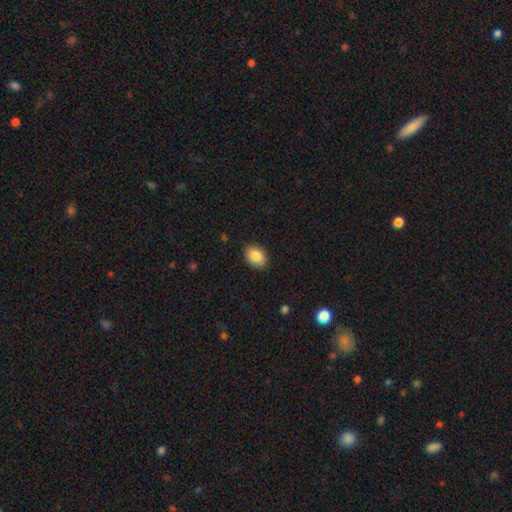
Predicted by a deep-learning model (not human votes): This is clearly a smooth galaxy (86%). How rounded: likely in between (76%). Merging: clearly none (86%).